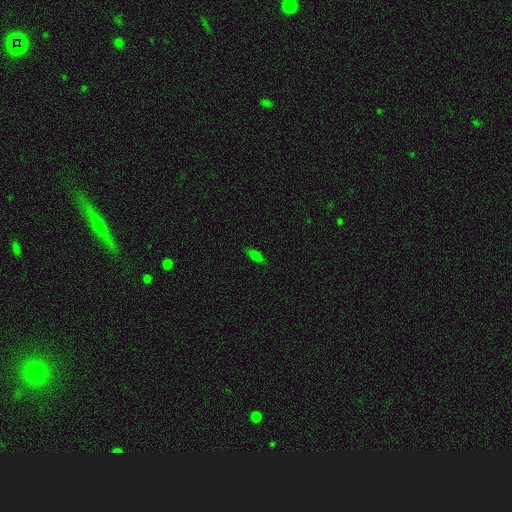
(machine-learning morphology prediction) Smooth or featured?
  - smooth: 63% *
  - featured or disk: 21%
  - star or artifact: 17%
How rounded?
  - in between: 58% *
  - cigar-shaped: 38%
  - round: 5%
Merging?
  - none: 84% *
  - minor disturbance: 12%
  - major disturbance: 3%
  - merger: 1%